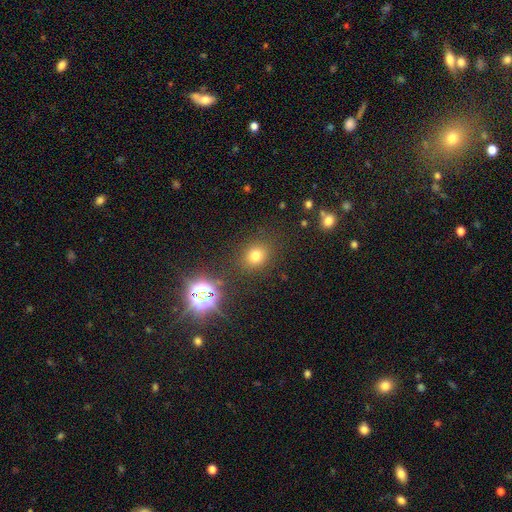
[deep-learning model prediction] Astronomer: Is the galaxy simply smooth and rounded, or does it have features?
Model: smooth — 71%.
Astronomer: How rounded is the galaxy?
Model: round — 72%.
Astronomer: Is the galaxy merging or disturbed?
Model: none — 85%.